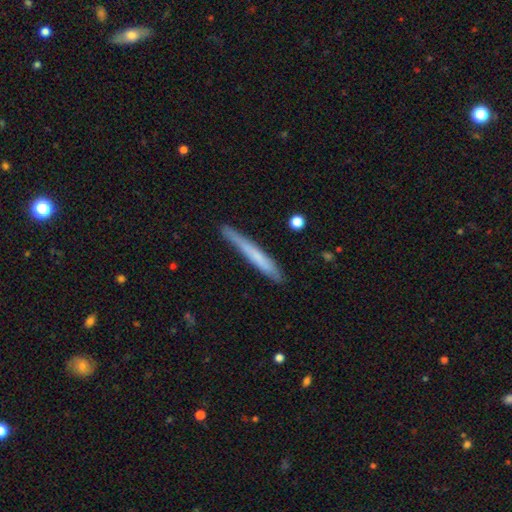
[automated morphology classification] Smooth or featured?
  - smooth: 60% *
  - featured or disk: 34%
  - star or artifact: 6%
How rounded?
  - cigar-shaped: 97% *
  - in between: 2%
  - round: 1%
Merging?
  - none: 83% *
  - minor disturbance: 14%
  - major disturbance: 2%
  - merger: 2%